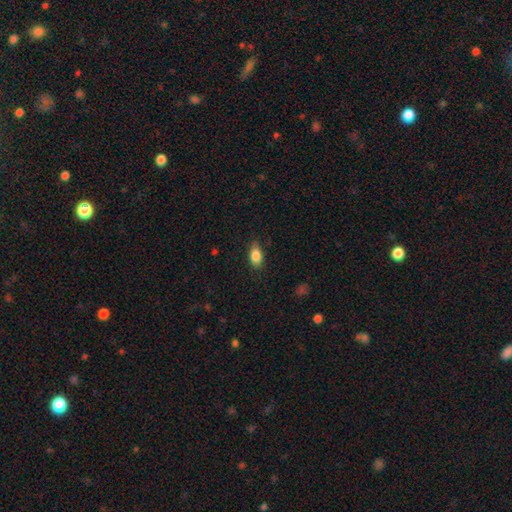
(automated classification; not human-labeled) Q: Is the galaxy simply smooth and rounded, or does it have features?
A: smooth — 85%.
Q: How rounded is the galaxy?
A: in between — 88%.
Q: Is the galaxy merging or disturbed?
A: none — 81%.